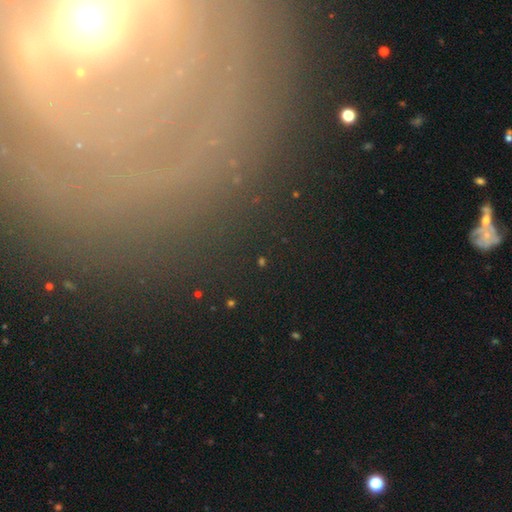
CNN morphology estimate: This is possibly a featured or disk galaxy (50%). It is likely not viewed edge-on (77%). Merging: clearly none (82%).